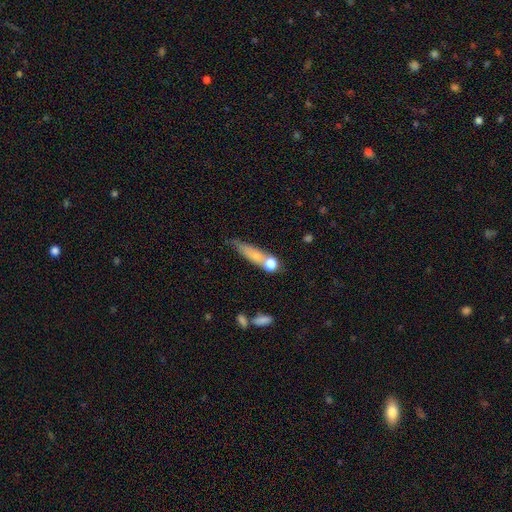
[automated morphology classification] A smooth galaxy with no disk features (64%) that is cigar-shaped (65%). Merging: none (45%).